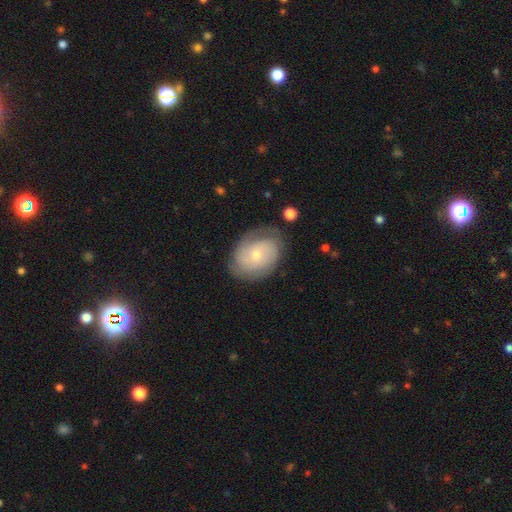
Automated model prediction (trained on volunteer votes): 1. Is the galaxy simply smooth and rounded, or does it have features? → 64% featured or disk, 29% smooth, 7% star or artifact.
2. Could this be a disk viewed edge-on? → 96% no, 4% yes.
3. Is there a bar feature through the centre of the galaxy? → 78% no, 19% weak, 3% strong.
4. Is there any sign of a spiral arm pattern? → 85% yes, 15% no.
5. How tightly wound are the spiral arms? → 61% tight, 28% medium, 11% loose.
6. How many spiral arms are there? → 40% can't tell, 36% 2, 11% 3, 7% 1, 4% 4, 3% more than 4.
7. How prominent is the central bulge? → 64% small, 32% moderate, 2% large, 1% none, 1% dominant.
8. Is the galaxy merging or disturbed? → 71% none, 20% minor disturbance, 8% major disturbance, 2% merger.